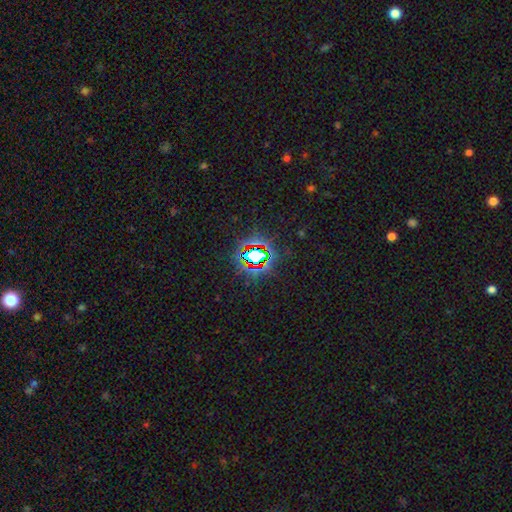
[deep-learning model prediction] A star or artifact, not a galaxy (75%).